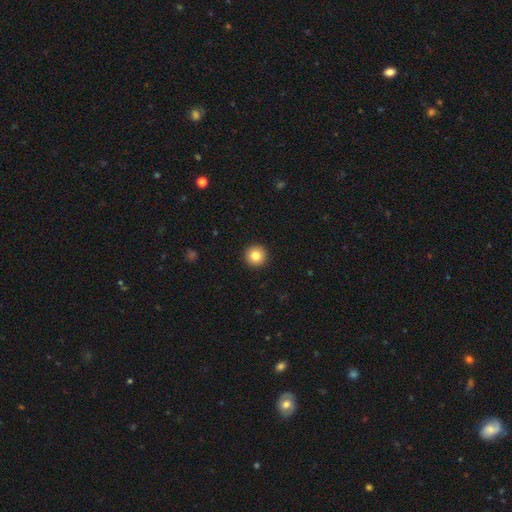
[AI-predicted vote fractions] Smooth or featured?
  - smooth: 81% *
  - star or artifact: 10%
  - featured or disk: 8%
How rounded?
  - round: 96% *
  - in between: 3%
  - cigar-shaped: 1%
Merging?
  - none: 94% *
  - minor disturbance: 4%
  - major disturbance: 1%
  - merger: 1%